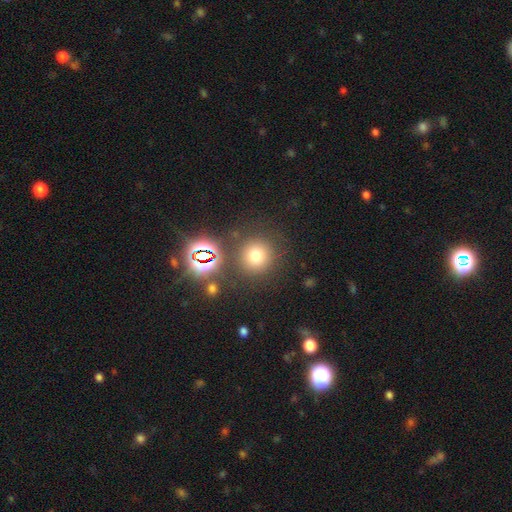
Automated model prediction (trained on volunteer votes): smooth_or_featured: smooth (p=0.70) [alt: star or artifact p=0.21]
how_rounded: round (p=0.93) [alt: in between p=0.06]
merging: none (p=0.82) [alt: minor disturbance p=0.08]